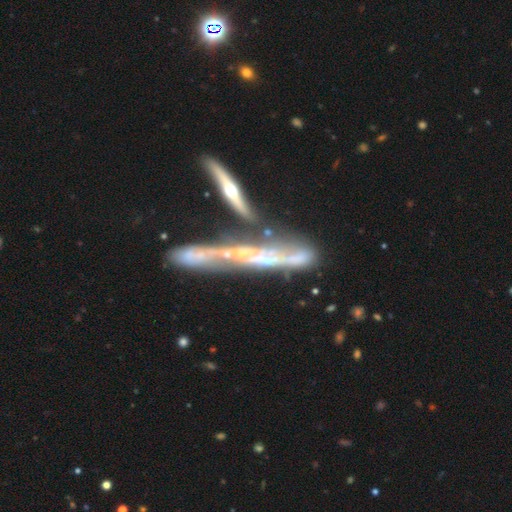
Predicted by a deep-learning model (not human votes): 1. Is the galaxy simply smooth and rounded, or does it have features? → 74% featured or disk, 16% smooth, 9% star or artifact.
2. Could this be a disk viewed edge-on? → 78% yes, 22% no.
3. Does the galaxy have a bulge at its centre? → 63% none, 28% rounded, 9% boxy.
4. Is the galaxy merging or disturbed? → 45% merger, 31% none, 14% minor disturbance, 11% major disturbance.